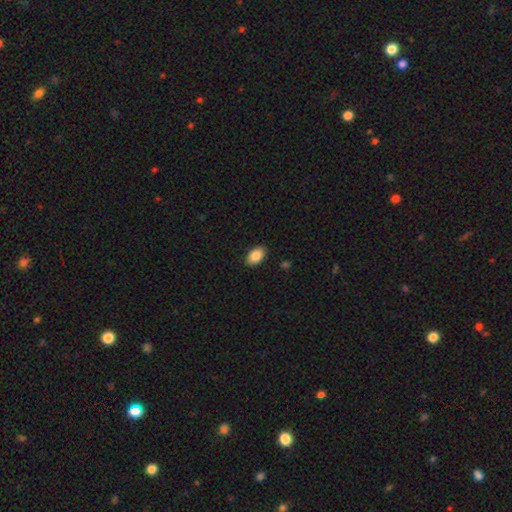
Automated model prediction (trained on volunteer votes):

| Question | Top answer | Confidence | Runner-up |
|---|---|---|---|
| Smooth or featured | smooth | 87% | star or artifact (7%) |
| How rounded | in between | 89% | round (9%) |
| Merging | none | 89% | minor disturbance (8%) |